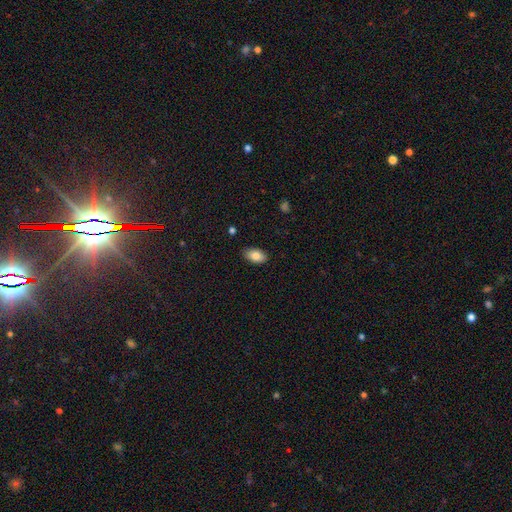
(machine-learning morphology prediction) A smooth galaxy with no disk features (84%) that is in between round and cigar-shaped (93%). Merging: none (87%).